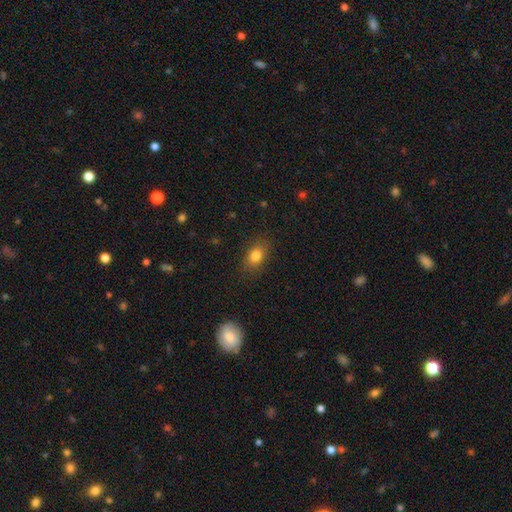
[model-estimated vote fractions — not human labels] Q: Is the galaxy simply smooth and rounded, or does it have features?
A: smooth — 82%.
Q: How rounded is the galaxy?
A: in between — 74%.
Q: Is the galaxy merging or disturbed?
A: none — 84%.